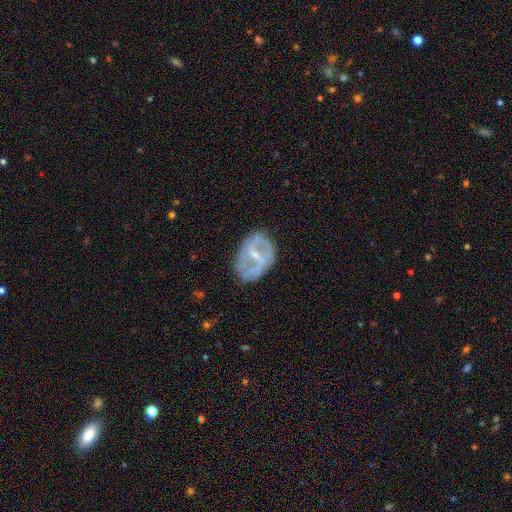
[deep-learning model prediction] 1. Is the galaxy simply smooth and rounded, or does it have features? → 71% featured or disk, 21% smooth, 7% star or artifact.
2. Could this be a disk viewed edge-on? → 96% no, 4% yes.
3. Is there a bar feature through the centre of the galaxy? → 45% weak, 33% strong, 22% no.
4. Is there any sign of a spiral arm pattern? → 54% yes, 46% no.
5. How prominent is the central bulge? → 57% small, 31% moderate, 9% none, 1% large, 1% dominant.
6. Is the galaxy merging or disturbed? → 63% none, 22% minor disturbance, 13% major disturbance, 2% merger.